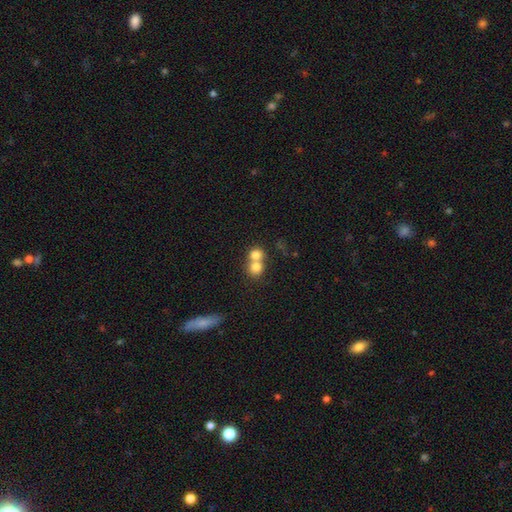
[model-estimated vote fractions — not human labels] Smooth or featured? smooth (76%)
How rounded? round (79%)
Merging? merger (64%)